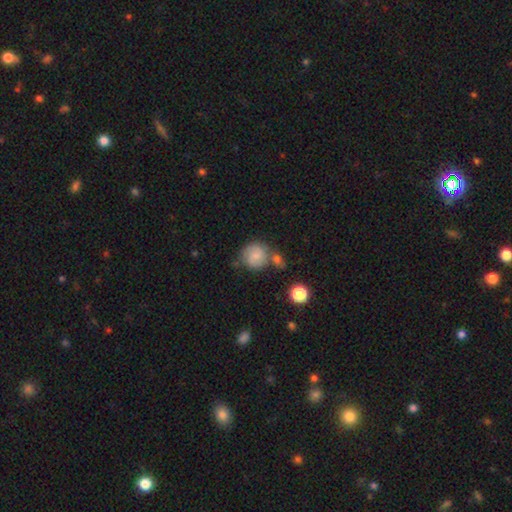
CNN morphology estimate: Smooth or featured? smooth (73%)
How rounded? round (87%)
Merging? none (53%)